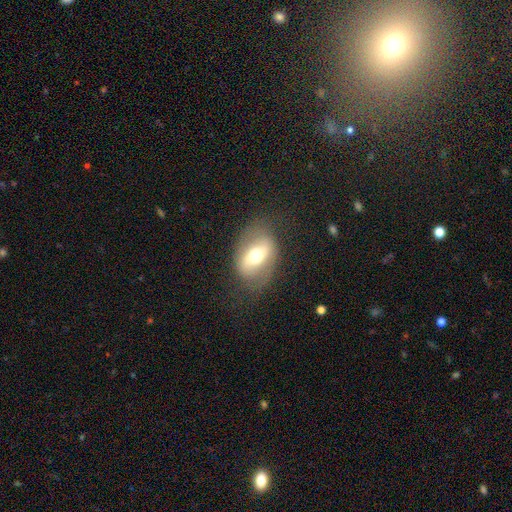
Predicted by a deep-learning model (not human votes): Q: Smooth or featured?
A: featured or disk (49%); runner-up: smooth (43%)
Q: Merging?
A: none (71%); runner-up: minor disturbance (17%)